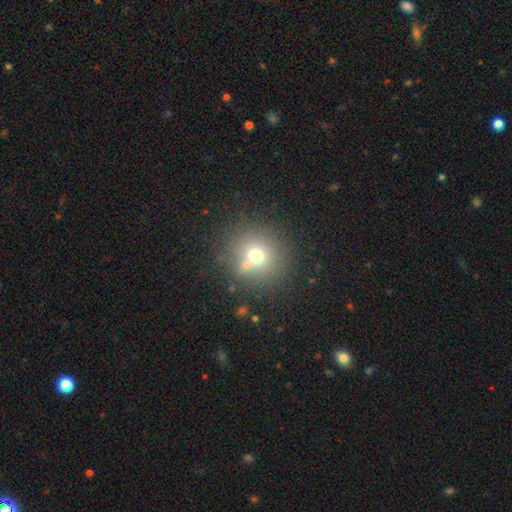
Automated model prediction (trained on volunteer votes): Q: Smooth or featured?
A: smooth (67%); runner-up: star or artifact (18%)
Q: How rounded?
A: round (91%); runner-up: in between (8%)
Q: Merging?
A: none (71%); runner-up: merger (15%)